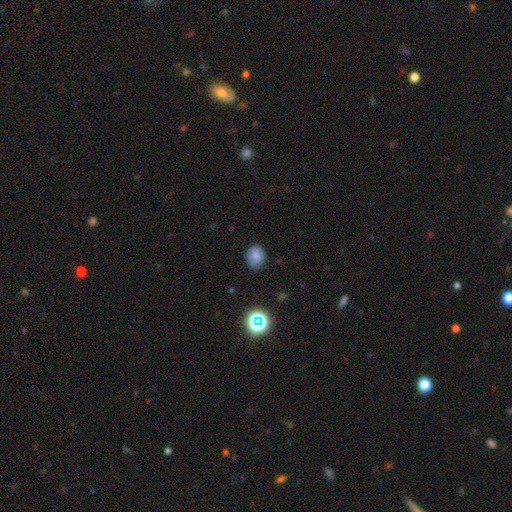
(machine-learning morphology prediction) Overall: smooth (79%). How rounded: round (54%; in between 45%). Merging: none (77%).